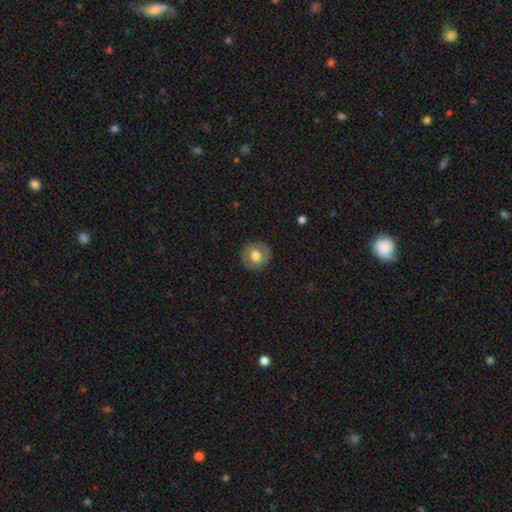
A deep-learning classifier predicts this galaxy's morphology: Smooth or featured?
  - smooth: 59% *
  - featured or disk: 33%
  - star or artifact: 8%
How rounded?
  - round: 85% *
  - in between: 14%
  - cigar-shaped: 1%
Merging?
  - none: 83% *
  - minor disturbance: 12%
  - major disturbance: 4%
  - merger: 1%